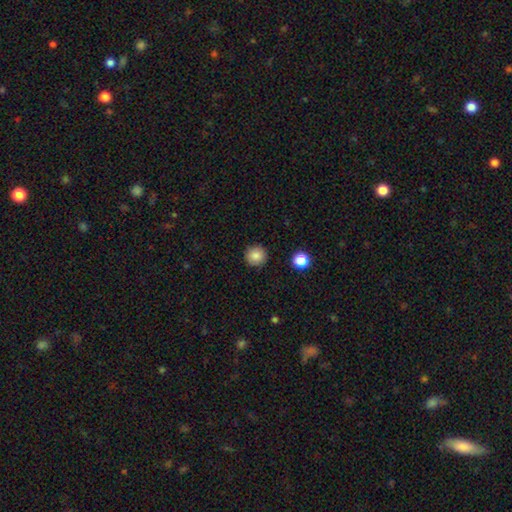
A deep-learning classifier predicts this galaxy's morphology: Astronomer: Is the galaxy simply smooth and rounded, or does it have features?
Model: smooth — 85%.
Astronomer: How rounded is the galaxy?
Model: round — 95%.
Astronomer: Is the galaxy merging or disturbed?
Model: none — 92%.